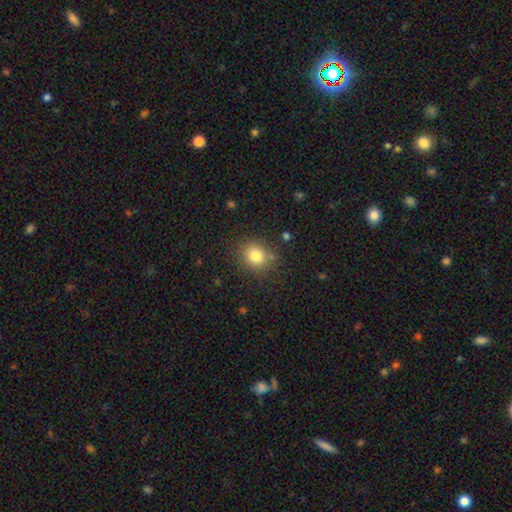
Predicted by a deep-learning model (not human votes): Smooth or featured?
  - smooth: 80% *
  - star or artifact: 12%
  - featured or disk: 8%
How rounded?
  - round: 74% *
  - in between: 25%
  - cigar-shaped: 1%
Merging?
  - none: 83% *
  - minor disturbance: 10%
  - major disturbance: 3%
  - merger: 3%